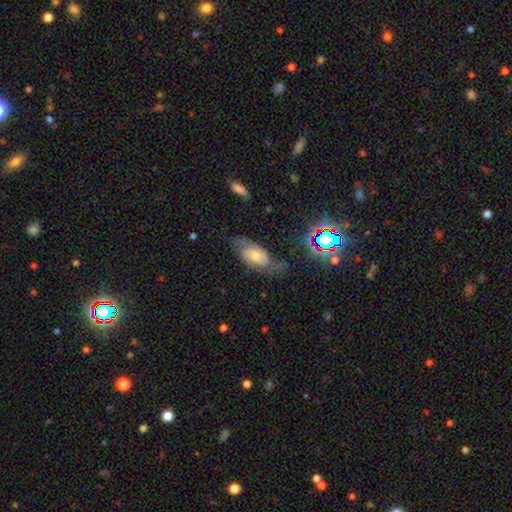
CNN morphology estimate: Overall: featured or disk (67%). Edge-on disk: no (92%). Bar: no (69%). Spiral arms: yes (88%). Spiral arm count: 2 (78%). Spiral winding: medium (44%; tight 31%). Bulge size: moderate (64%; small 24%). Merging: none (59%; minor disturbance 23%).